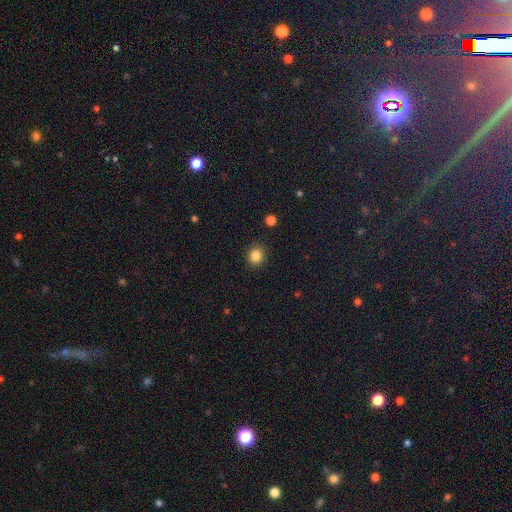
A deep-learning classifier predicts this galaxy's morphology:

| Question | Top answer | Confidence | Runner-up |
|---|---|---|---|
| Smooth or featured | smooth | 84% | star or artifact (11%) |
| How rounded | round | 82% | in between (17%) |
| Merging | none | 90% | minor disturbance (6%) |